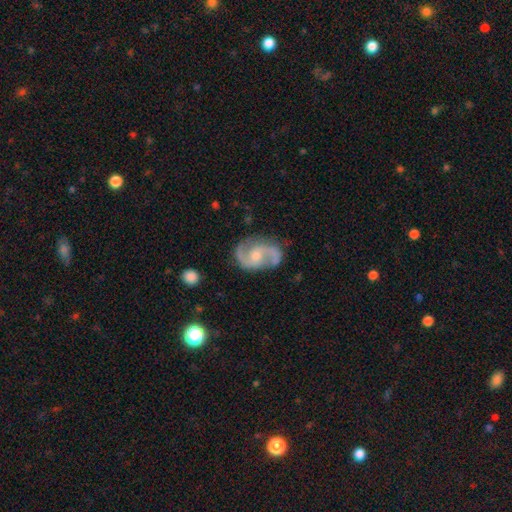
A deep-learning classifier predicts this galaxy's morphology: Smooth or featured: featured or disk — 90% (smooth — 5%)
Edge-on disk: no — 98% (yes — 2%)
Bar: no — 52% (weak — 40%)
Spiral arms: yes — 98% (no — 2%)
Spiral winding: medium — 58% (loose — 26%)
Spiral arm count: 2 — 94% (can't tell — 2%)
Bulge size: moderate — 49% (small — 38%)
Merging: none — 80% (minor disturbance — 14%)